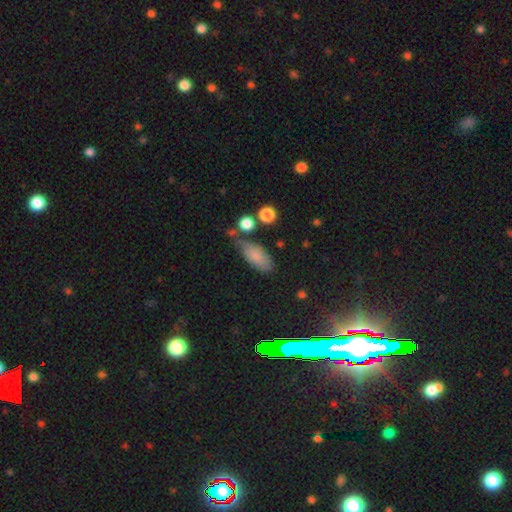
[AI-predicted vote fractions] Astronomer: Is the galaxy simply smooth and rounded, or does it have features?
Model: smooth — 79%.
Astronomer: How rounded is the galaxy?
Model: in between — 85%.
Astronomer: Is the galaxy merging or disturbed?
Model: none — 54%.